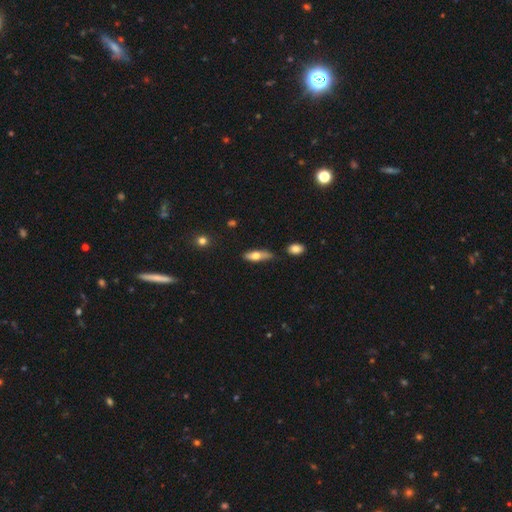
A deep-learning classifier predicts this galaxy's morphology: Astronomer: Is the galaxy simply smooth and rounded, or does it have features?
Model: smooth — 63%.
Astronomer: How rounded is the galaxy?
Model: in between — 53% (runner-up: cigar-shaped, 44%).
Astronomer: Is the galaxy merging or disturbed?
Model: none — 66%.